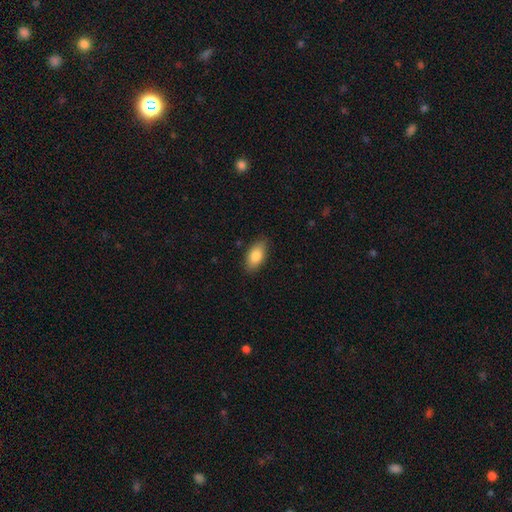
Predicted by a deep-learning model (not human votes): Smooth or featured?
  - smooth: 84% *
  - featured or disk: 10%
  - star or artifact: 6%
How rounded?
  - in between: 91% *
  - cigar-shaped: 5%
  - round: 3%
Merging?
  - none: 84% *
  - minor disturbance: 12%
  - major disturbance: 2%
  - merger: 1%